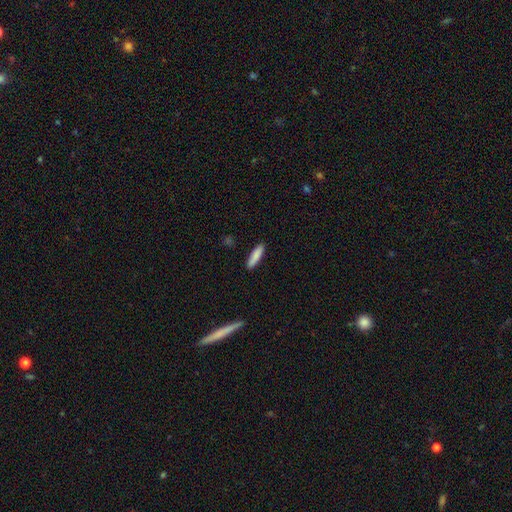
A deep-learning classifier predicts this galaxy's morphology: Smooth or featured? Predicted: smooth (p=0.86). How rounded? Predicted: cigar-shaped (p=0.72). Merging? Predicted: none (p=0.89).